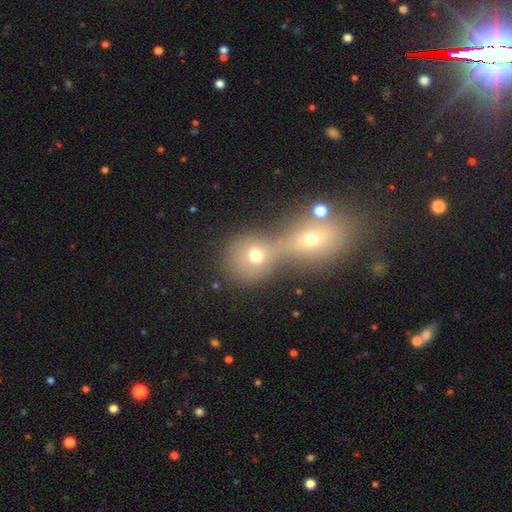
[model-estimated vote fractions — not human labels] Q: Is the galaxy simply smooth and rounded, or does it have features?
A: smooth — 68%.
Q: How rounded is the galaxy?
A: round — 78%.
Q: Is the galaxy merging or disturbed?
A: merger — 66%.